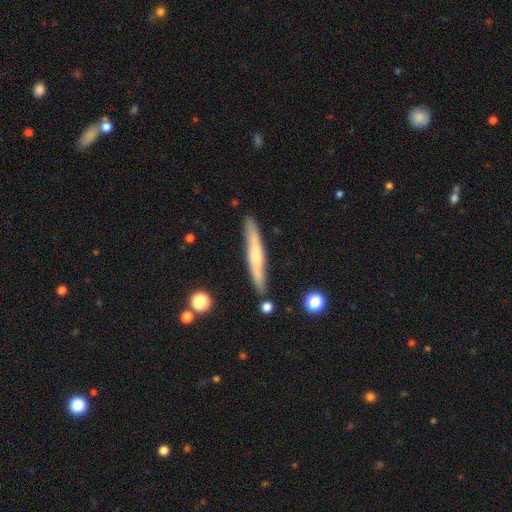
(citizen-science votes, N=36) smooth_or_featured: smooth (p=0.53) [alt: featured or disk p=0.44]
how_rounded: cigar-shaped (p=0.89) [alt: round p=0.05]
merging: none (p=0.91) [alt: minor disturbance p=0.09]